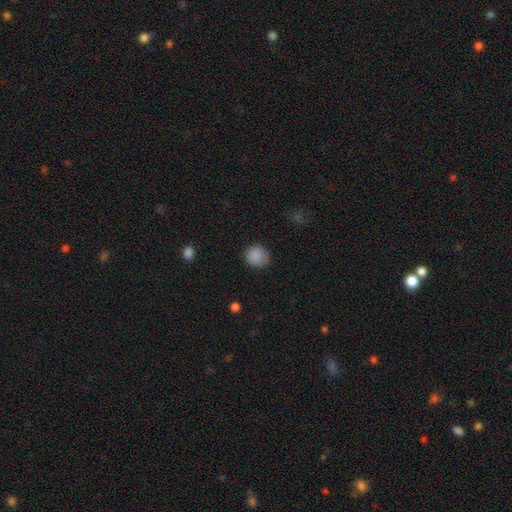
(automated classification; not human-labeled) smooth_or_featured: smooth (p=0.88) [alt: star or artifact p=0.09]
how_rounded: round (p=0.85) [alt: in between p=0.14]
merging: none (p=0.80) [alt: minor disturbance p=0.15]